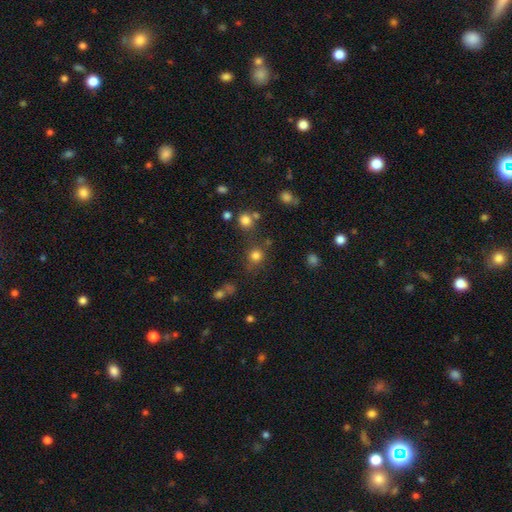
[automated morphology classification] Smooth or featured?
  - smooth: 77% *
  - star or artifact: 17%
  - featured or disk: 6%
How rounded?
  - round: 87% *
  - in between: 12%
  - cigar-shaped: 1%
Merging?
  - none: 71% *
  - minor disturbance: 12%
  - merger: 11%
  - major disturbance: 6%